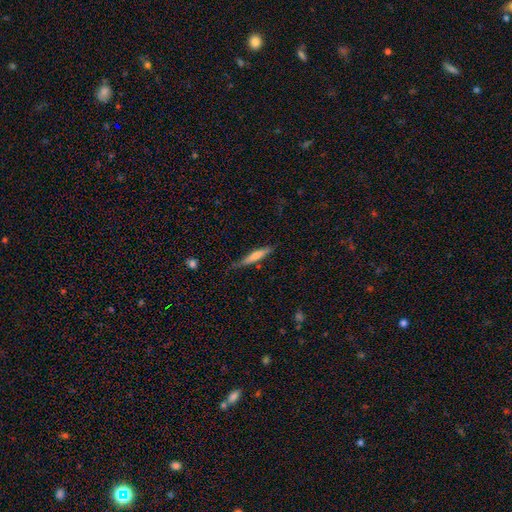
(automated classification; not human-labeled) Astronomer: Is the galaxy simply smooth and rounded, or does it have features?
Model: smooth — 60%.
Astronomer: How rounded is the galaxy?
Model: cigar-shaped — 90%.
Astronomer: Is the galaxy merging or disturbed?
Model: none — 71%.